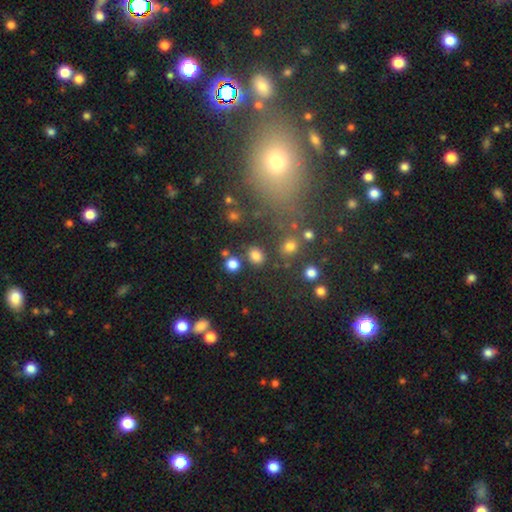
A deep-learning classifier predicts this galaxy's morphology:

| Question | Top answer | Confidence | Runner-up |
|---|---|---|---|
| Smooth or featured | smooth | 81% | star or artifact (14%) |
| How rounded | round | 60% | in between (39%) |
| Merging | none | 81% | minor disturbance (9%) |